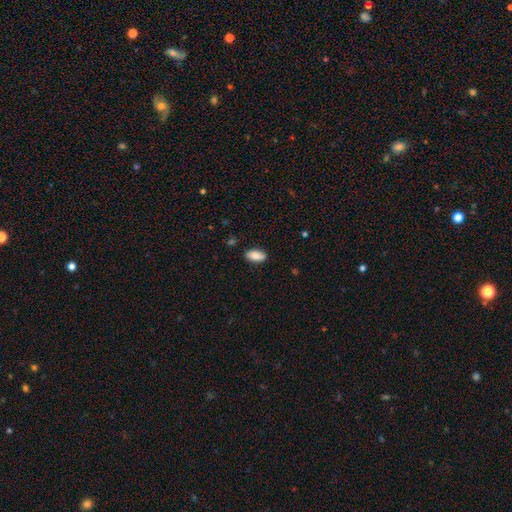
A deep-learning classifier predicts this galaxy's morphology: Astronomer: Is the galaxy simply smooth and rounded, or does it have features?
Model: smooth — 87%.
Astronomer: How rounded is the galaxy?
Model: in between — 91%.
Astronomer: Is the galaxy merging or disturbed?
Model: none — 87%.